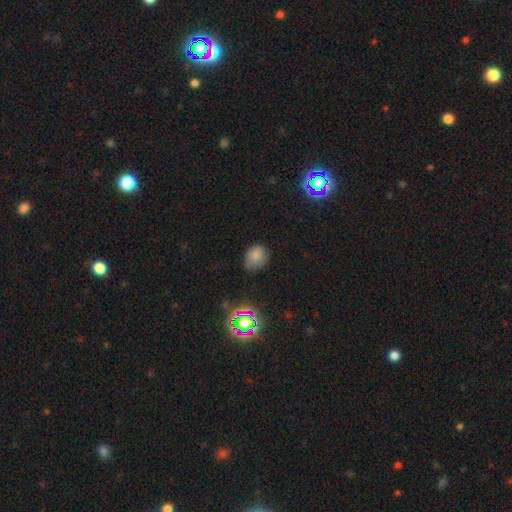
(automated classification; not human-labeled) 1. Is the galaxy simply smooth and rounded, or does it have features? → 77% smooth, 16% star or artifact, 7% featured or disk.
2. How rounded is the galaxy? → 51% in between, 48% round, 1% cigar-shaped.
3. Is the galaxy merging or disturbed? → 67% none, 25% minor disturbance, 6% major disturbance, 2% merger.